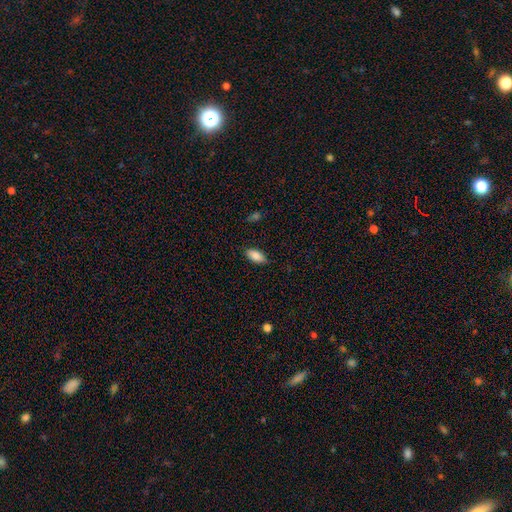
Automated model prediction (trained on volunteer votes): Smooth or featured? Predicted: smooth (p=0.86). How rounded? Predicted: in between (p=0.90). Merging? Predicted: none (p=0.84).